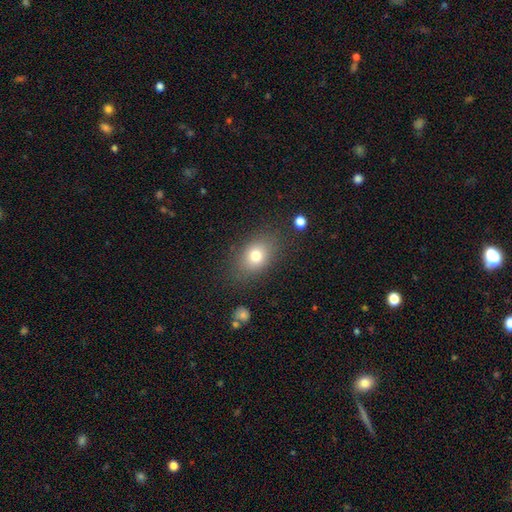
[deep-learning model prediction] Q: Smooth or featured?
A: smooth (76%); runner-up: featured or disk (12%)
Q: How rounded?
A: in between (69%); runner-up: round (30%)
Q: Merging?
A: none (79%); runner-up: minor disturbance (13%)